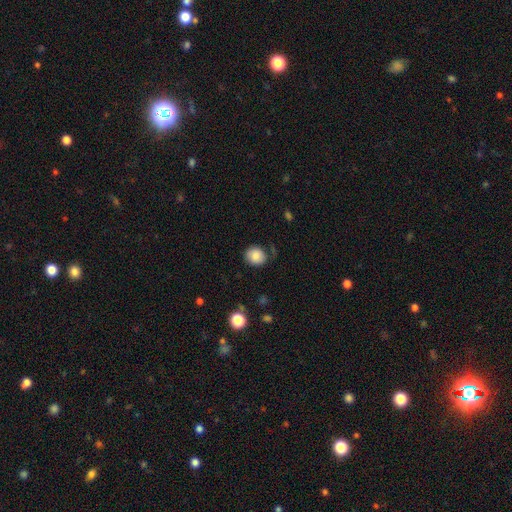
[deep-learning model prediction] Q: Smooth or featured?
A: smooth (83%); runner-up: star or artifact (9%)
Q: How rounded?
A: round (76%); runner-up: in between (23%)
Q: Merging?
A: none (75%); runner-up: minor disturbance (17%)